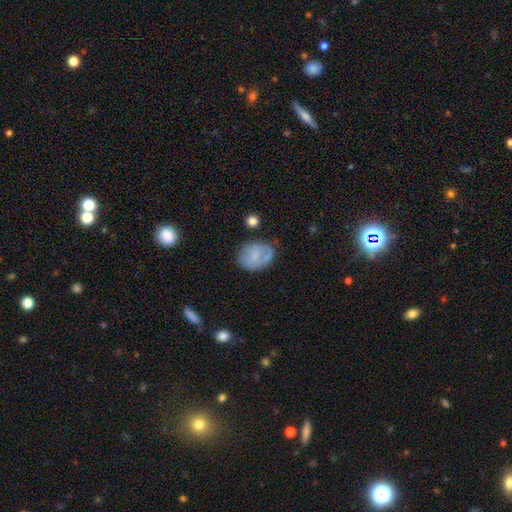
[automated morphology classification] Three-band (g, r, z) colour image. It shows a smooth galaxy with no disk features (64%) that is in between round and cigar-shaped (57%). Merging: none (59%).